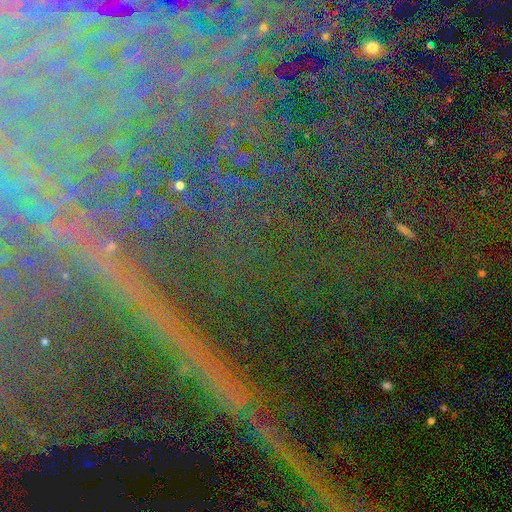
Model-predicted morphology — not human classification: This is clearly a star or artifact rather than a galaxy (83%).